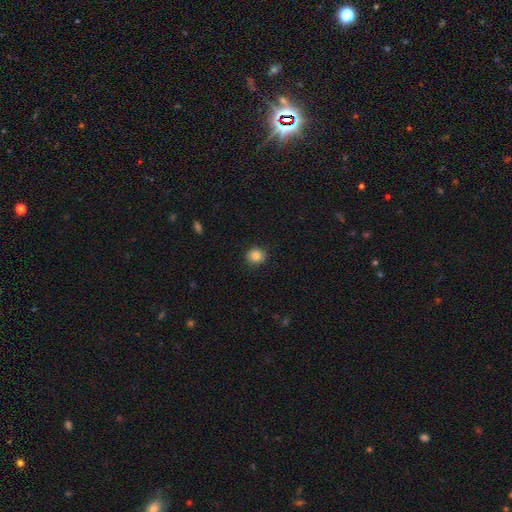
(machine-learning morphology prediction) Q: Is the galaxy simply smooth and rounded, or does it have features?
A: smooth — 86%.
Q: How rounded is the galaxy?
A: round — 85%.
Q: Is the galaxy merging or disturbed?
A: none — 90%.